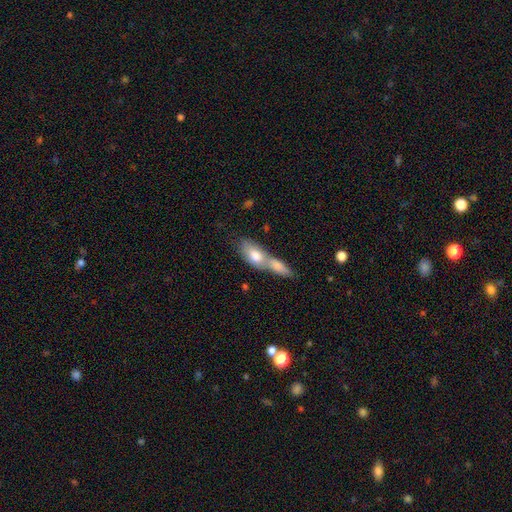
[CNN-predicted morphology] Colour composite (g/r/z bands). It shows a smooth galaxy with no disk features (73%) that is in between round and cigar-shaped (81%). Merging: merger (70%).